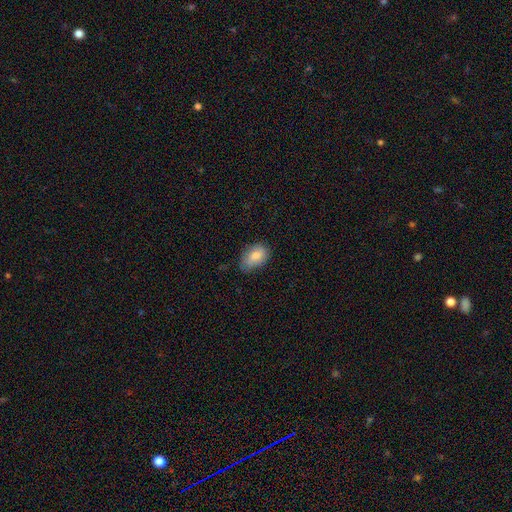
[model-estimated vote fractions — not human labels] Smooth or featured? smooth (79%)
How rounded? in between (85%)
Merging? none (63%)